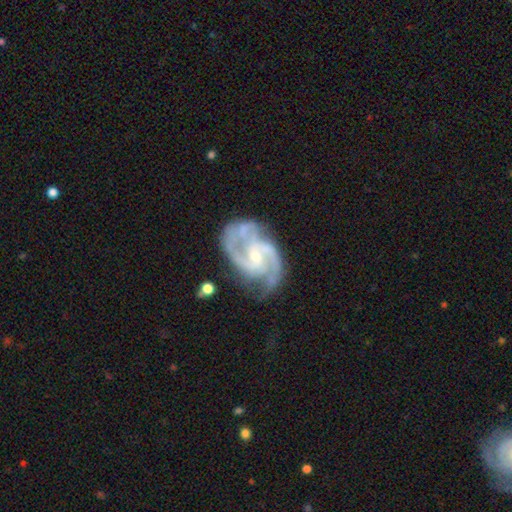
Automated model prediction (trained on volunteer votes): Overall: featured or disk (92%). Edge-on disk: no (98%). Bar: weak (48%; no 38%). Spiral arms: yes (98%). Spiral arm count: 2 (59%; 3 24%). Spiral winding: medium (57%; tight 31%). Bulge size: small (63%; moderate 32%). Merging: none (65%).